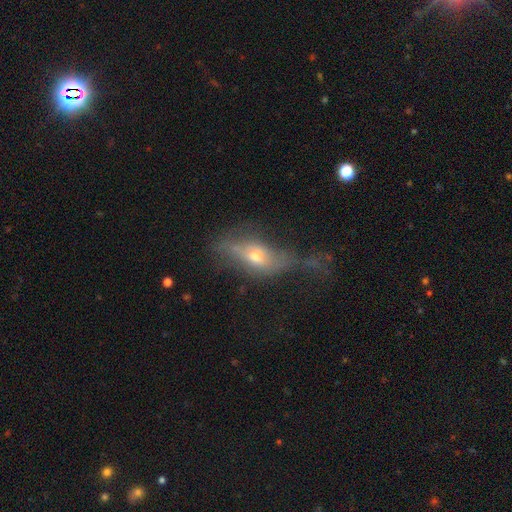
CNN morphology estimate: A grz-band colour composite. It shows a smooth galaxy with no disk features (44%, tied with featured or disk). Merging: major disturbance (41%).